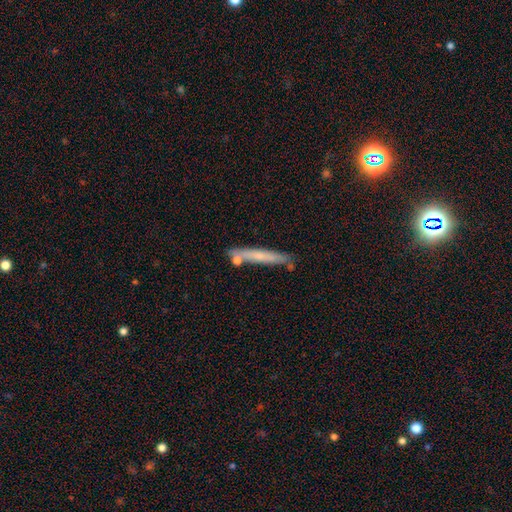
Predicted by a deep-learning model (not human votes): This is possibly a smooth galaxy (59%). How rounded: clearly cigar-shaped (94%). Merging: likely none (76%).